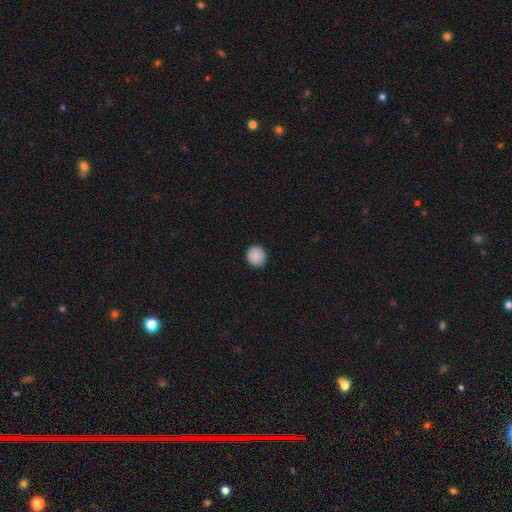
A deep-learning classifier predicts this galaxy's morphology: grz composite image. It shows a smooth galaxy with no disk features (89%) that is round (93%). Merging: none (91%).